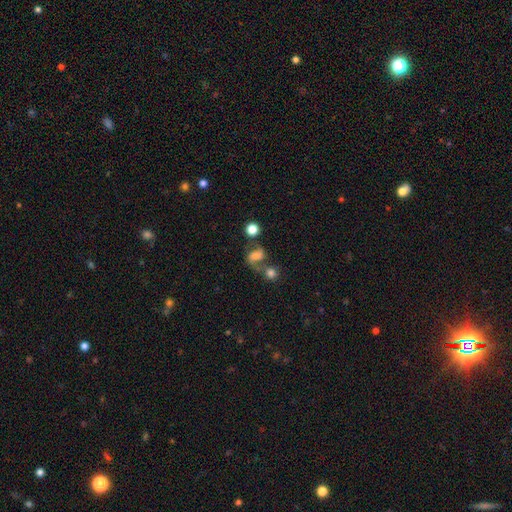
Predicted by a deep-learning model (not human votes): This appears to be a featured or disk galaxy (57%) with no bar (42%), spiral arms (89%) and a moderate central bulge (33%). Merging: none (43%).